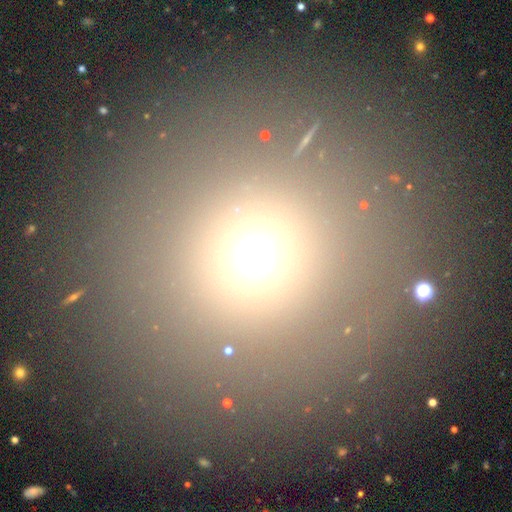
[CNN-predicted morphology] smooth_or_featured: smooth (p=0.65) [alt: star or artifact p=0.27]
how_rounded: round (p=0.91) [alt: in between p=0.08]
merging: none (p=0.83) [alt: minor disturbance p=0.08]